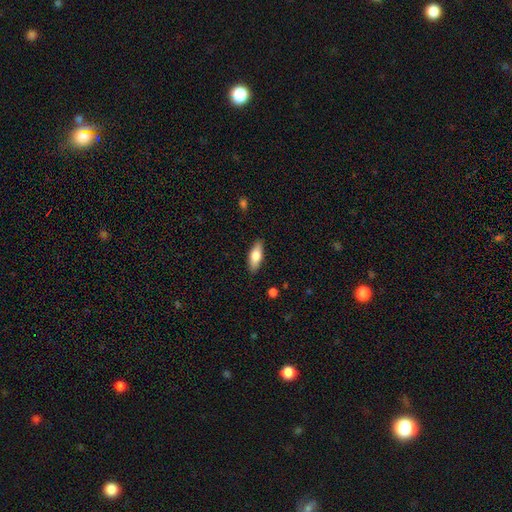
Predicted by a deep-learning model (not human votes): smooth-or-featured: smooth: 72% | featured or disk: 23% | star or artifact: 6%
  how-rounded: in between: 69% | cigar-shaped: 29% | round: 2%
  merging: none: 87% | minor disturbance: 9% | major disturbance: 2% | merger: 1%